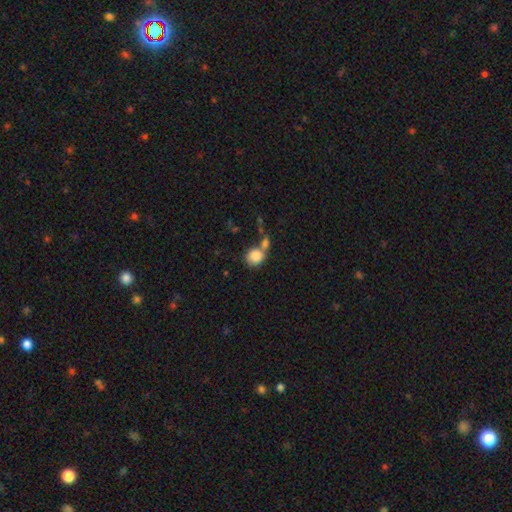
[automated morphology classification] A smooth galaxy with no disk features (85%) that is round (78%). Merging: merger (44%).